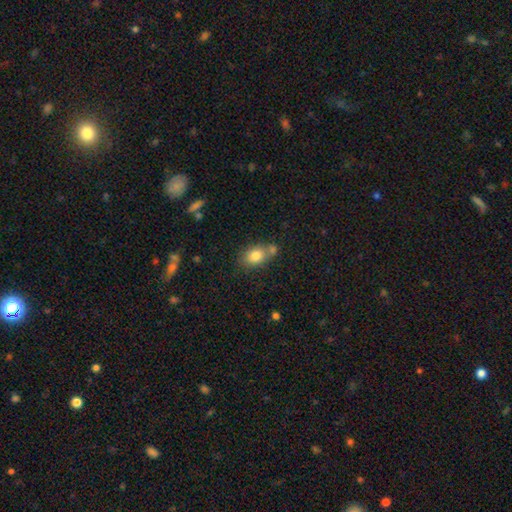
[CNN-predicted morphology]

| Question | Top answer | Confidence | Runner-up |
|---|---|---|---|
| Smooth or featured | smooth | 80% | featured or disk (11%) |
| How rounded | in between | 75% | round (23%) |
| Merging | none | 55% | merger (25%) |